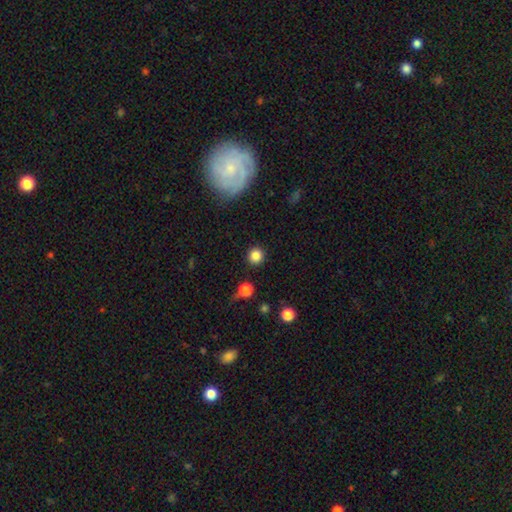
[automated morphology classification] Smooth or featured? Predicted: smooth (p=0.84). How rounded? Predicted: round (p=0.94). Merging? Predicted: none (p=0.90).